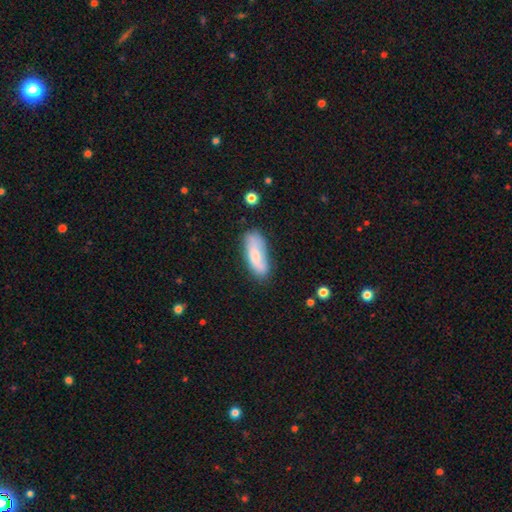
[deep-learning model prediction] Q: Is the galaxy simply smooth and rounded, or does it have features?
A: smooth — 71%.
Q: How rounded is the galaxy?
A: in between — 72%.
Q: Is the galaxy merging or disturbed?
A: none — 67%.